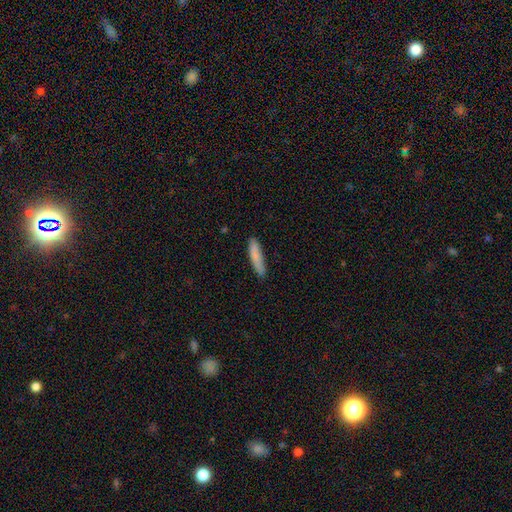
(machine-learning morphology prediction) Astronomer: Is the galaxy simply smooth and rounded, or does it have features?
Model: smooth — 83%.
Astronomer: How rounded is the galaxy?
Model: cigar-shaped — 86%.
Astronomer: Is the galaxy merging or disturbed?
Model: none — 85%.